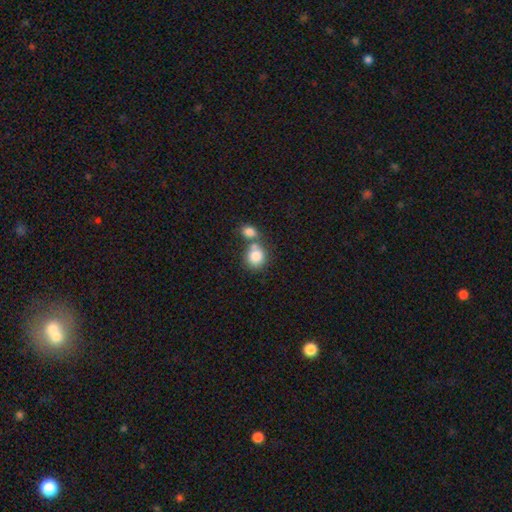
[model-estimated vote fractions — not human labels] This is clearly a smooth galaxy (82%). How rounded: likely round (73%). Merging: possibly merger (48%).